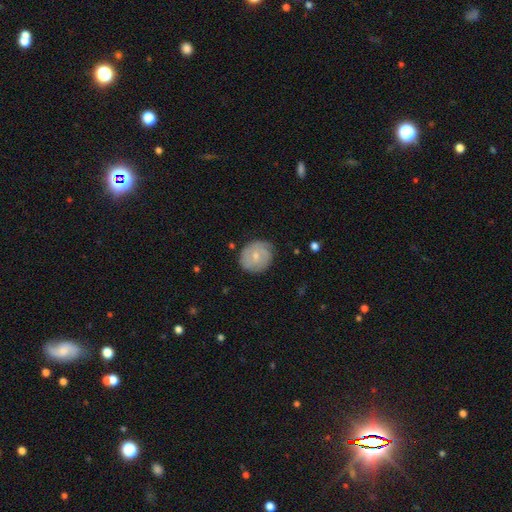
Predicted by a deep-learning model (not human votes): Overall: featured or disk (55%; smooth 39%). Edge-on disk: no (97%). Bar: no (64%; weak 32%). Spiral arms: yes (81%). Bulge size: small (59%; moderate 37%). Merging: none (74%).